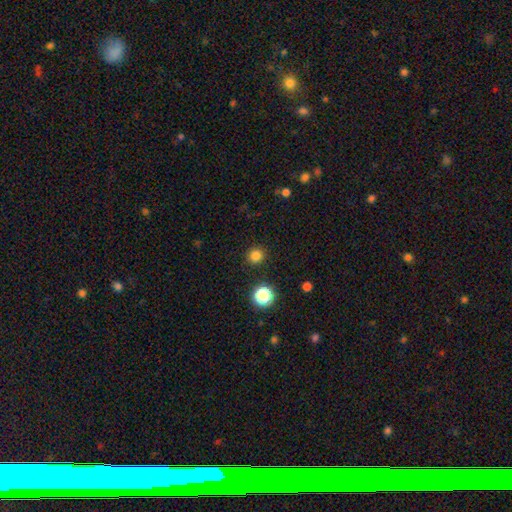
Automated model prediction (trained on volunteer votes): This is clearly a smooth galaxy (81%). How rounded: clearly round (92%). Merging: clearly none (91%).